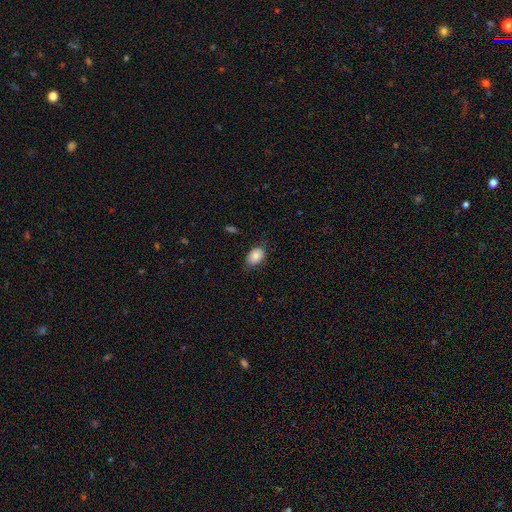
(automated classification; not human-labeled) A smooth galaxy with no disk features (86%) that is in between round and cigar-shaped (84%).

Vote fractions:
- Smooth or featured? smooth: 86% / star or artifact: 8% / featured or disk: 7%
- How rounded? in between: 84% / round: 15% / cigar-shaped: 1%
- Merging? none: 74% / minor disturbance: 20% / major disturbance: 4% / merger: 1%